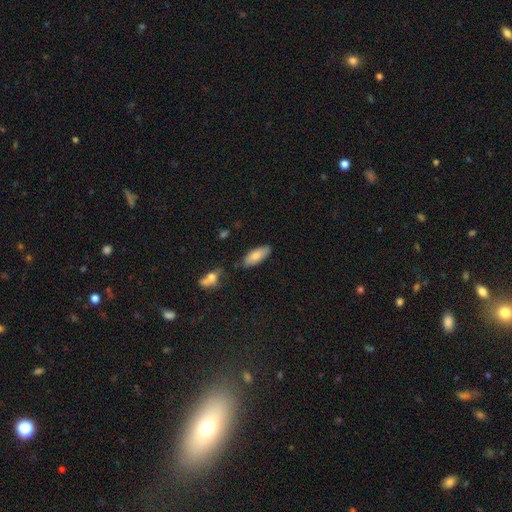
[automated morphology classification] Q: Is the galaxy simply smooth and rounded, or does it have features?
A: smooth — 78%.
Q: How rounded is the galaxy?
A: in between — 78%.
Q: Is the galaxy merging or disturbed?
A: none — 76%.